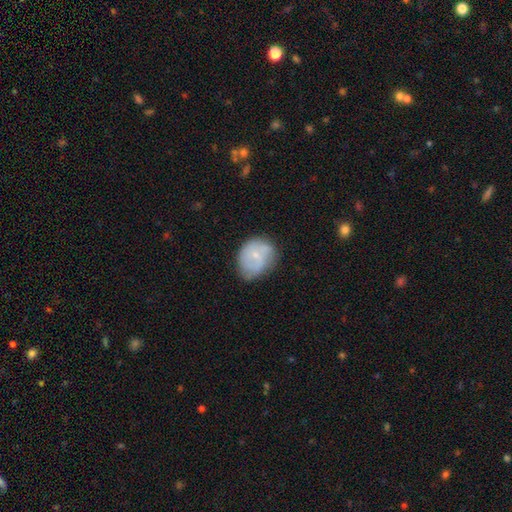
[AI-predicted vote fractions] The model was most divided on "smooth or featured": smooth: 48%, featured or disk: 44%, star or artifact: 8%. More confident: merging — none (56%).